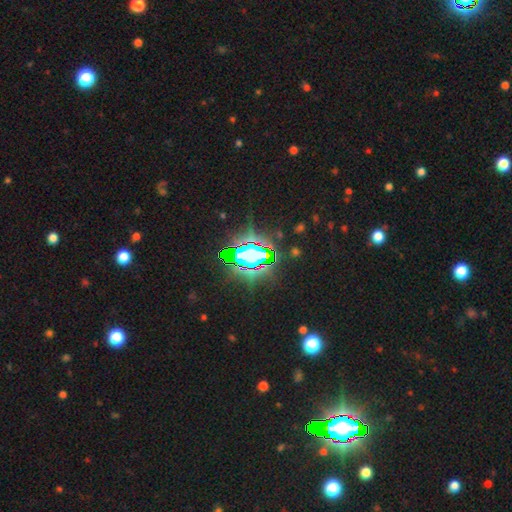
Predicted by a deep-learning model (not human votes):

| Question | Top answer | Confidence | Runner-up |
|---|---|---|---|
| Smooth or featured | star or artifact | 73% | smooth (16%) |